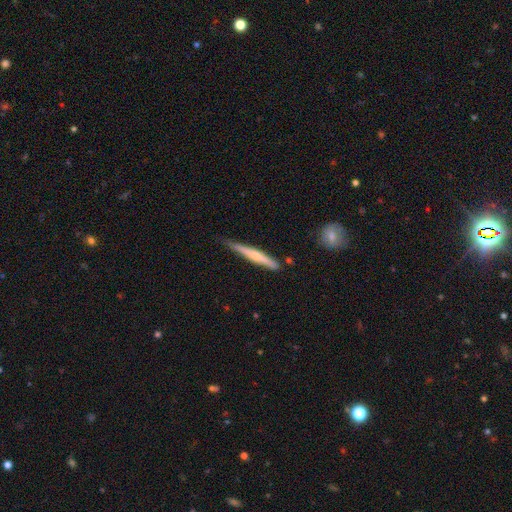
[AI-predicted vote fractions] A featured or disk galaxy (52%) viewed edge-on (96%) with a rounded central bulge (59%).

Vote fractions:
- Smooth or featured? featured or disk: 52% / smooth: 43% / star or artifact: 5%
- Edge-on disk? yes: 96% / no: 4%
- Edge-on bulge? rounded: 59% / none: 30% / boxy: 11%
- Merging? none: 76% / minor disturbance: 19% / major disturbance: 3% / merger: 3%